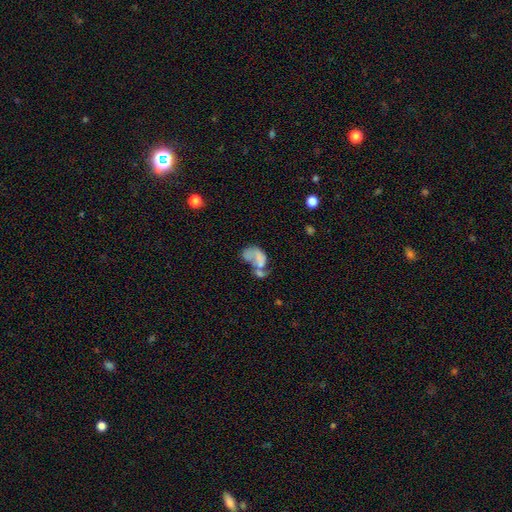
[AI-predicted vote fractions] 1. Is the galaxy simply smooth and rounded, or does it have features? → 46% smooth, 43% featured or disk, 11% star or artifact.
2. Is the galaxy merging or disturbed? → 44% merger, 31% major disturbance, 14% none, 10% minor disturbance.